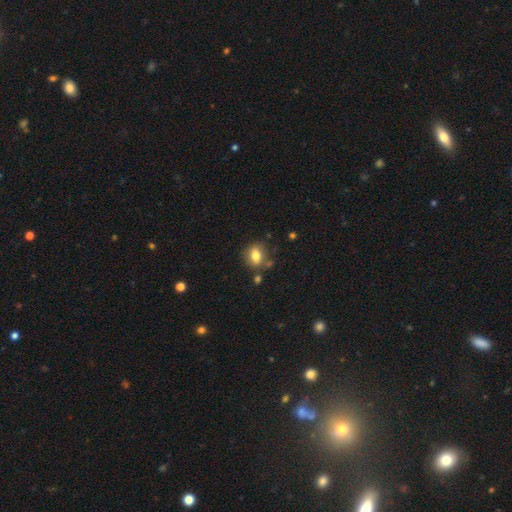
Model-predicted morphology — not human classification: A smooth galaxy with no disk features (78%) that is in between round and cigar-shaped (59%).

Vote fractions:
- Smooth or featured? smooth: 78% / featured or disk: 13% / star or artifact: 9%
- How rounded? in between: 59% / round: 39% / cigar-shaped: 2%
- Merging? none: 71% / minor disturbance: 15% / merger: 9% / major disturbance: 4%